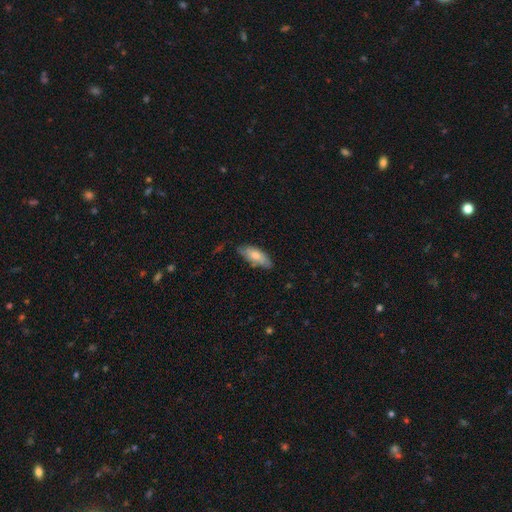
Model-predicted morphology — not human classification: Smooth or featured?
  - smooth: 71% *
  - featured or disk: 23%
  - star or artifact: 6%
How rounded?
  - in between: 77% *
  - cigar-shaped: 21%
  - round: 2%
Merging?
  - none: 67% *
  - minor disturbance: 25%
  - major disturbance: 5%
  - merger: 3%